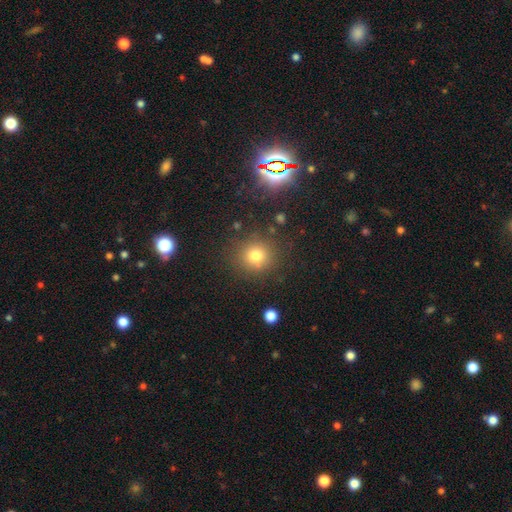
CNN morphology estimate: Smooth or featured? smooth (77%)
How rounded? round (89%)
Merging? none (83%)